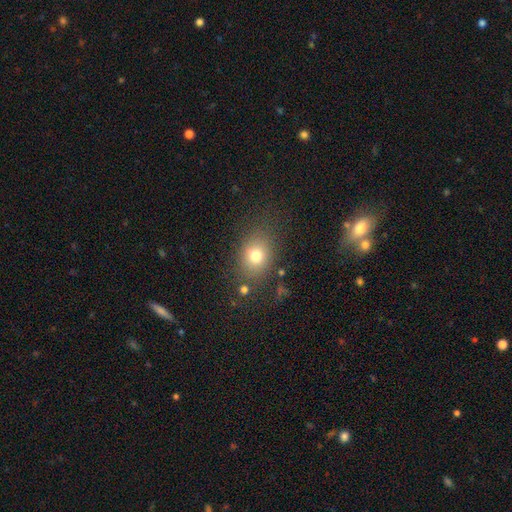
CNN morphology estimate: smooth_or_featured: smooth (p=0.77) [alt: star or artifact p=0.13]
how_rounded: in between (p=0.52) [alt: round p=0.47]
merging: none (p=0.77) [alt: minor disturbance p=0.14]